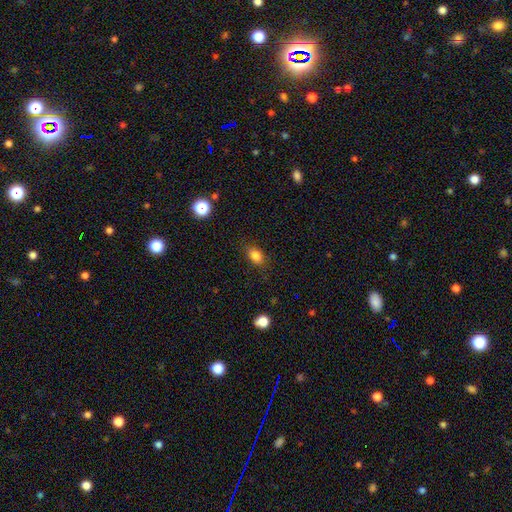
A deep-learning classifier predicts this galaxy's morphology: Smooth or featured? smooth (83%)
How rounded? in between (79%)
Merging? none (83%)